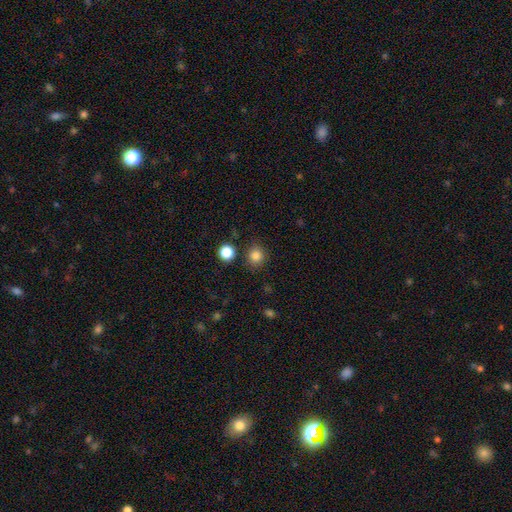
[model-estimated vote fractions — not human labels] Q: Smooth or featured?
A: smooth (84%); runner-up: star or artifact (12%)
Q: How rounded?
A: round (86%); runner-up: in between (13%)
Q: Merging?
A: none (85%); runner-up: minor disturbance (8%)